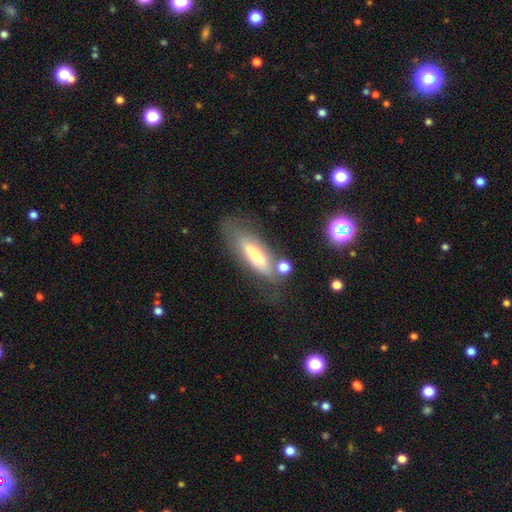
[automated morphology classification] A smooth galaxy with no disk features (56%) that is cigar-shaped (51%).

Vote fractions:
- Smooth or featured? smooth: 56% / featured or disk: 36% / star or artifact: 7%
- How rounded? cigar-shaped: 51% / in between: 46% / round: 2%
- Merging? none: 58% / minor disturbance: 20% / merger: 11% / major disturbance: 11%